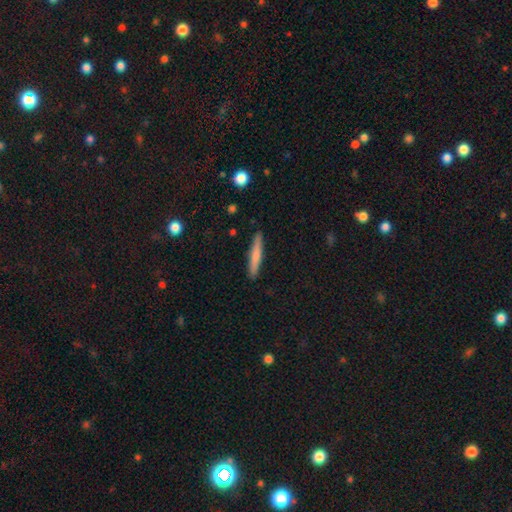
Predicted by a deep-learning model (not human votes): Smooth or featured? smooth (67%)
How rounded? cigar-shaped (94%)
Merging? none (90%)